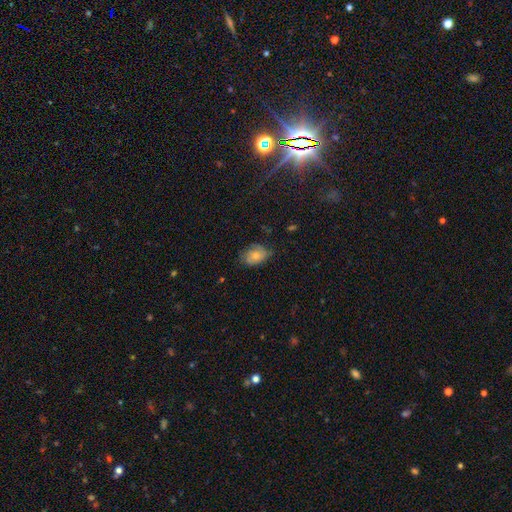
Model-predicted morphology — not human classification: The model was most divided on "merging": none: 64%, minor disturbance: 29%, major disturbance: 7%, merger: 1%. More confident: how rounded — in between (80%); smooth or featured — smooth (70%).